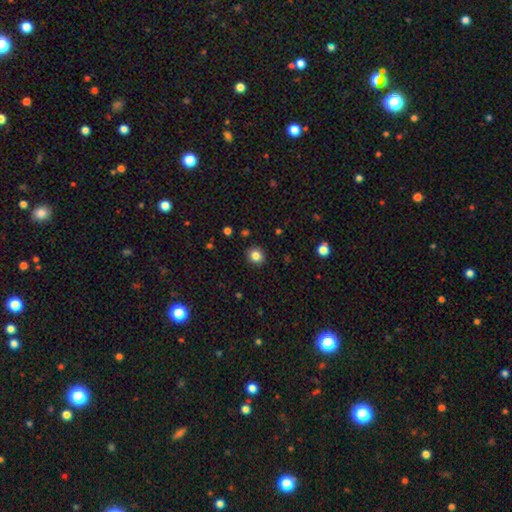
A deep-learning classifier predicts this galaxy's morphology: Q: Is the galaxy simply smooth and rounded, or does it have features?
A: smooth — 83%.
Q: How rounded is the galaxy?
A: round — 83%.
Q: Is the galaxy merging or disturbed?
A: none — 91%.